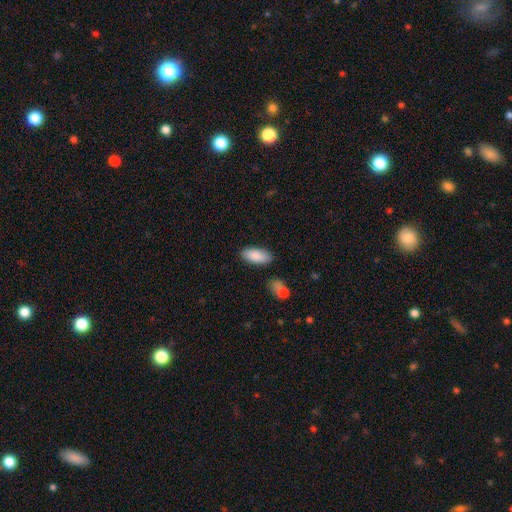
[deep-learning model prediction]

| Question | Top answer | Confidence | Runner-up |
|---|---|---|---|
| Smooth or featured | smooth | 89% | star or artifact (6%) |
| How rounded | in between | 88% | cigar-shaped (10%) |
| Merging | none | 84% | minor disturbance (10%) |